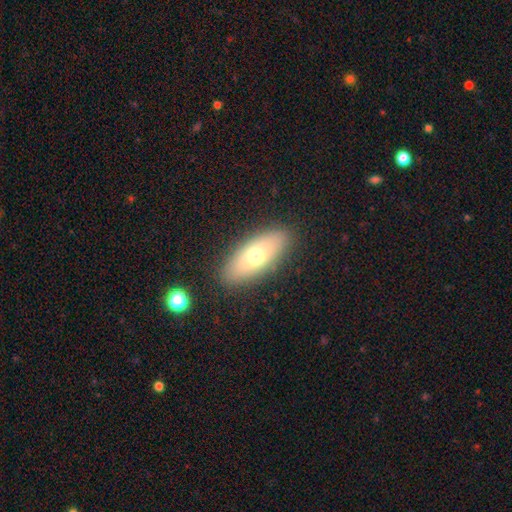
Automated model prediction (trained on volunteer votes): Morphology: type=smooth (66%); roundness=in between (75%); merging=none (88%).